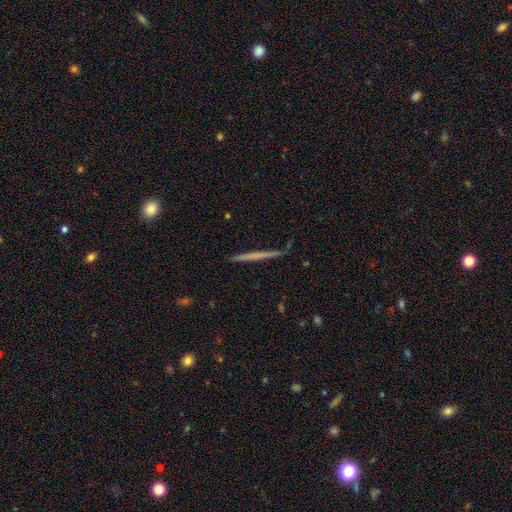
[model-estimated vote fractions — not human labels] A smooth galaxy with no disk features (48%).

Vote fractions:
- Smooth or featured? smooth: 48% / featured or disk: 46% / star or artifact: 6%
- Merging? none: 90% / minor disturbance: 8% / major disturbance: 1% / merger: 1%